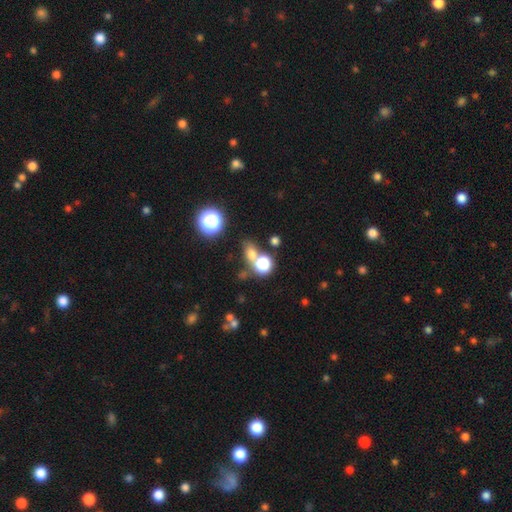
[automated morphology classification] Smooth or featured?
  - smooth: 67% *
  - star or artifact: 23%
  - featured or disk: 10%
How rounded?
  - round: 58% *
  - in between: 39%
  - cigar-shaped: 2%
Merging?
  - none: 51% *
  - merger: 34%
  - minor disturbance: 10%
  - major disturbance: 5%